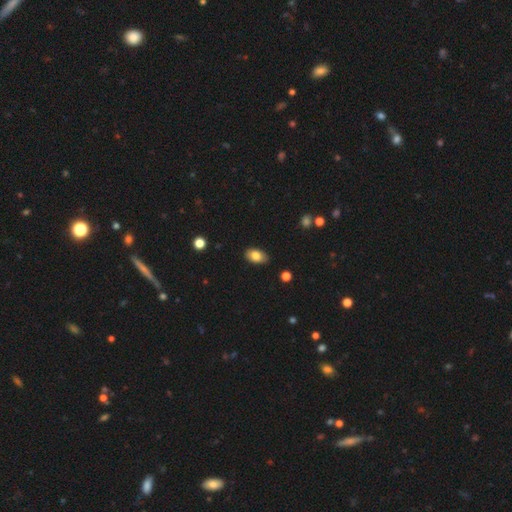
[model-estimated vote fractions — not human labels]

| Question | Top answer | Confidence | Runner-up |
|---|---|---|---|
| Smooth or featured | smooth | 82% | featured or disk (10%) |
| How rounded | in between | 91% | round (7%) |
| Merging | none | 85% | minor disturbance (12%) |